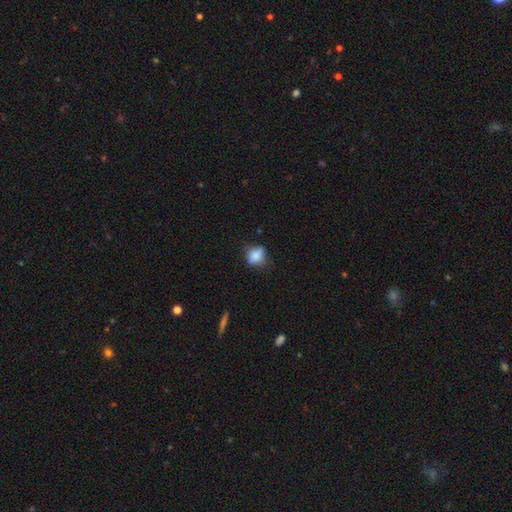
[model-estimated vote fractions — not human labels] Q: Smooth or featured?
A: smooth (82%); runner-up: featured or disk (9%)
Q: How rounded?
A: in between (50%); runner-up: round (48%)
Q: Merging?
A: none (59%); runner-up: minor disturbance (31%)